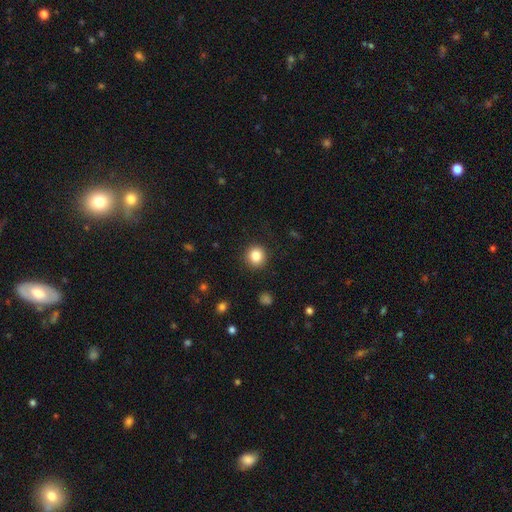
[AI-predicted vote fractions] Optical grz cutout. It shows a smooth galaxy with no disk features (84%) that is round (91%). Merging: none (91%).